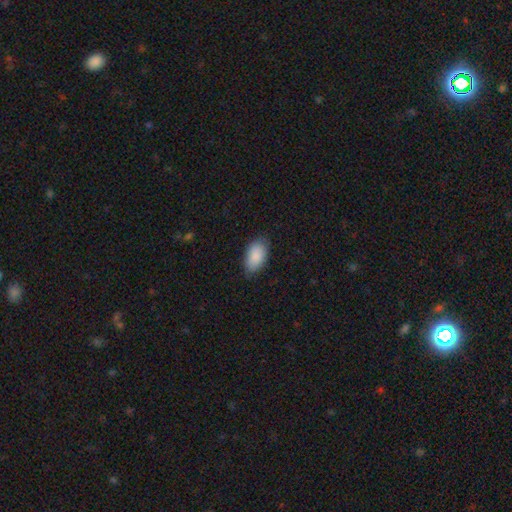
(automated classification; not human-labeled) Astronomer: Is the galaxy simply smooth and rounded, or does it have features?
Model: smooth — 89%.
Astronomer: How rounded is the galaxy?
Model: in between — 95%.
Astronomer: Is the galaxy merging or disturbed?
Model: none — 80%.